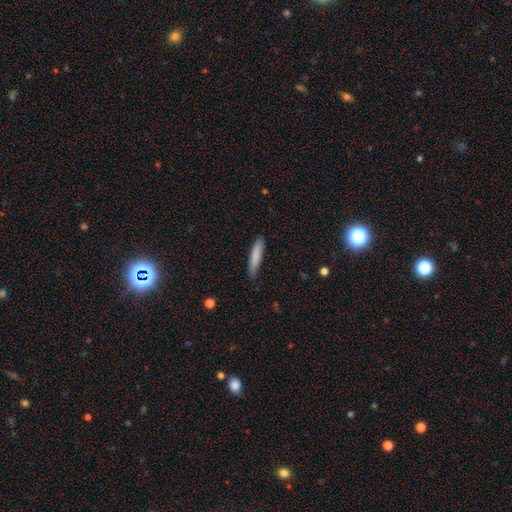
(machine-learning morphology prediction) A smooth galaxy with no disk features (83%) that is cigar-shaped (85%). Merging: none (78%).